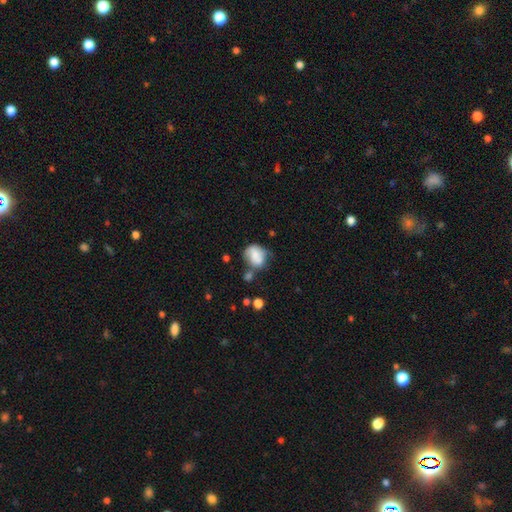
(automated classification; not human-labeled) smooth 66%, featured or disk 25%, star or artifact 9%. Down the decision tree: how rounded — round (53%); merging — none (38%).